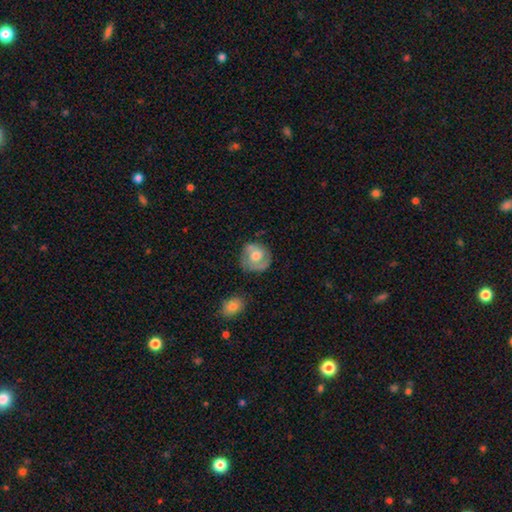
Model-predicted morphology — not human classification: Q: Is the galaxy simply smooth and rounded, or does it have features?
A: featured or disk — 47%.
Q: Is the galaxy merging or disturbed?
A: none — 66%.